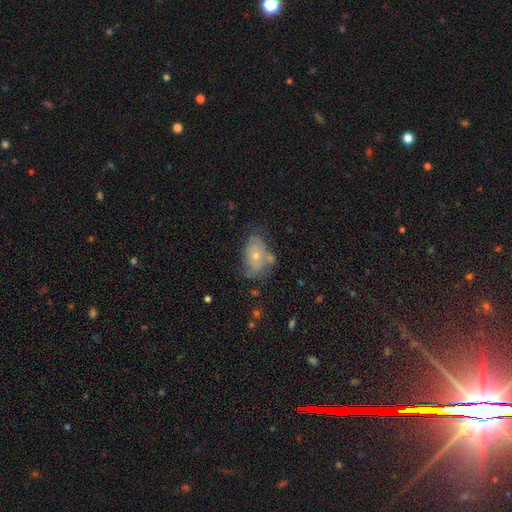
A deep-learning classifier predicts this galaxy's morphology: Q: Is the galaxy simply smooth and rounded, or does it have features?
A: smooth — 59%.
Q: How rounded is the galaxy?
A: in between — 87%.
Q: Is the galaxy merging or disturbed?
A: none — 48%.